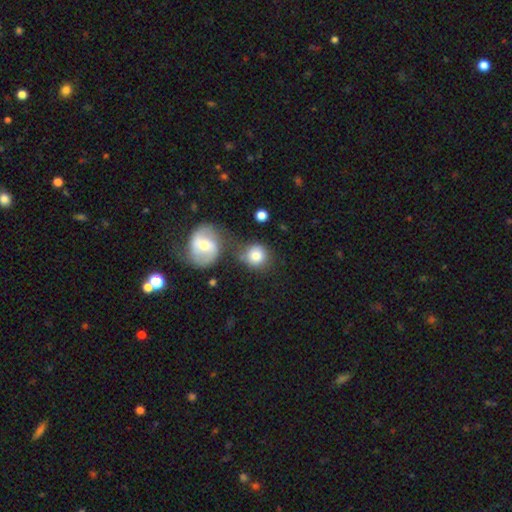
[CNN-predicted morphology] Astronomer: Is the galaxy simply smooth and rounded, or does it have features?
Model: smooth — 78%.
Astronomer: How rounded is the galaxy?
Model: round — 88%.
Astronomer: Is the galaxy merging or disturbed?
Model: none — 57%.